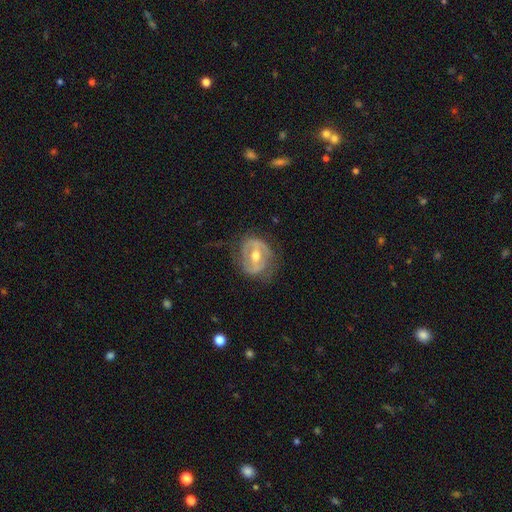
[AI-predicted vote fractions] featured or disk 76%, smooth 18%, star or artifact 6%. Down the decision tree: edge-on disk — no (96%); bar — strong (41%); spiral arms — yes (60%); bulge size — moderate (75%); merging — none (67%).